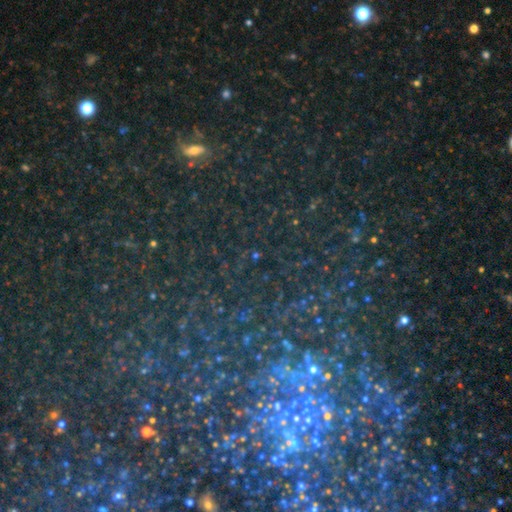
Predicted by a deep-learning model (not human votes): Morphology: type=star or artifact (81%).